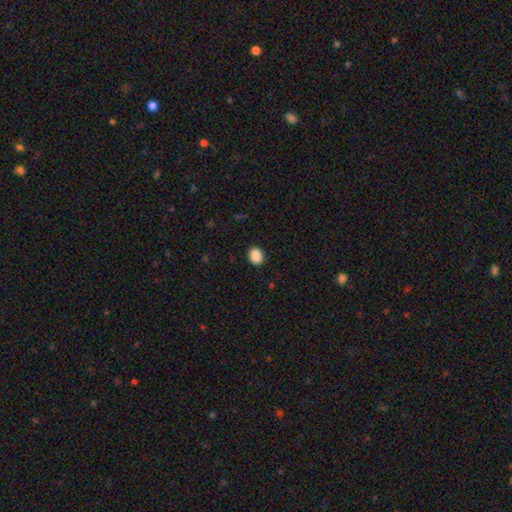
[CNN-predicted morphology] This is clearly a smooth galaxy (89%). How rounded: likely round (62%). Merging: clearly none (91%).